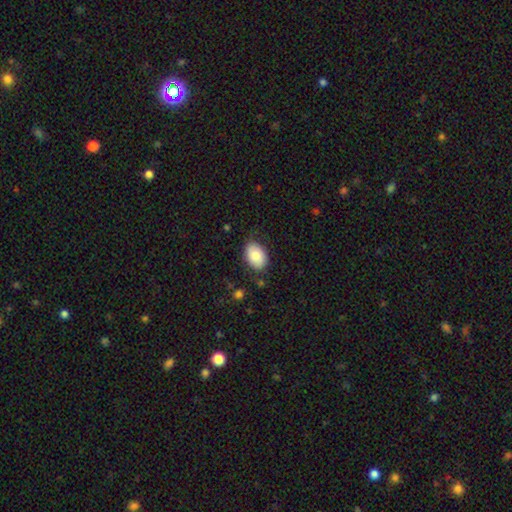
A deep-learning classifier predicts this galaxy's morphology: Smooth or featured?
  - smooth: 82% *
  - featured or disk: 11%
  - star or artifact: 7%
How rounded?
  - in between: 86% *
  - round: 13%
  - cigar-shaped: 1%
Merging?
  - none: 76% *
  - minor disturbance: 18%
  - major disturbance: 4%
  - merger: 2%